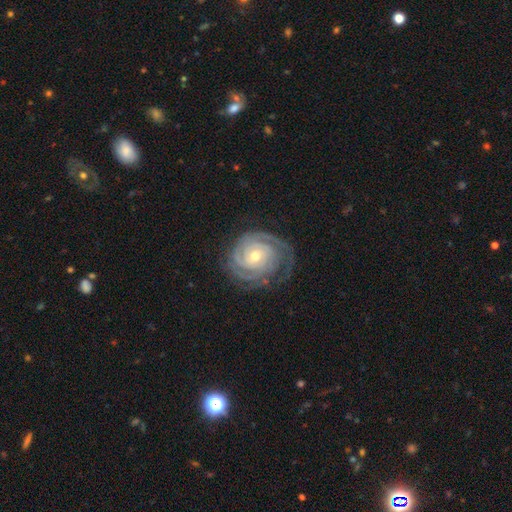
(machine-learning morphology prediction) smooth_or_featured: featured or disk (p=0.91) [alt: smooth p=0.05]
disk_edge_on: no (p=0.98) [alt: yes p=0.02]
bar: no (p=0.69) [alt: weak p=0.23]
has_spiral_arms: yes (p=0.98) [alt: no p=0.02]
spiral_winding: tight (p=0.84) [alt: medium p=0.14]
spiral_arm_count: 3 (p=0.30) [alt: 2 p=0.24]
bulge_size: moderate (p=0.52) [alt: small p=0.45]
merging: none (p=0.77) [alt: minor disturbance p=0.16]